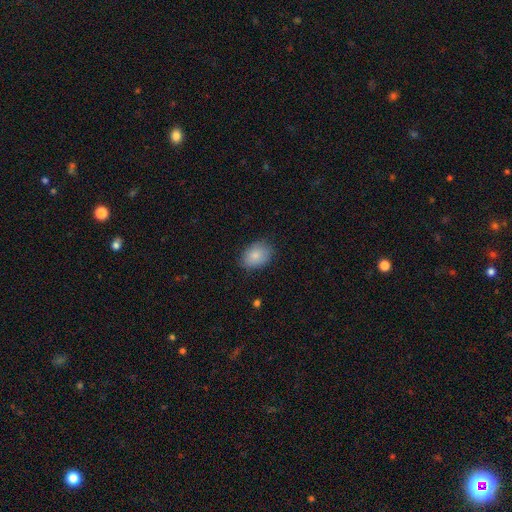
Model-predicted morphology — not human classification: Q: Smooth or featured?
A: smooth (84%); runner-up: featured or disk (9%)
Q: How rounded?
A: in between (77%); runner-up: round (22%)
Q: Merging?
A: none (80%); runner-up: minor disturbance (16%)